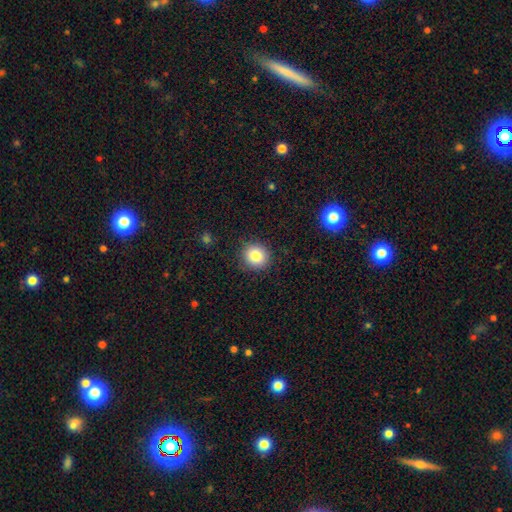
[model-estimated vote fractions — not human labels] Smooth or featured?
  - smooth: 83% *
  - star or artifact: 10%
  - featured or disk: 7%
How rounded?
  - round: 88% *
  - in between: 11%
  - cigar-shaped: 1%
Merging?
  - none: 88% *
  - minor disturbance: 8%
  - major disturbance: 3%
  - merger: 1%